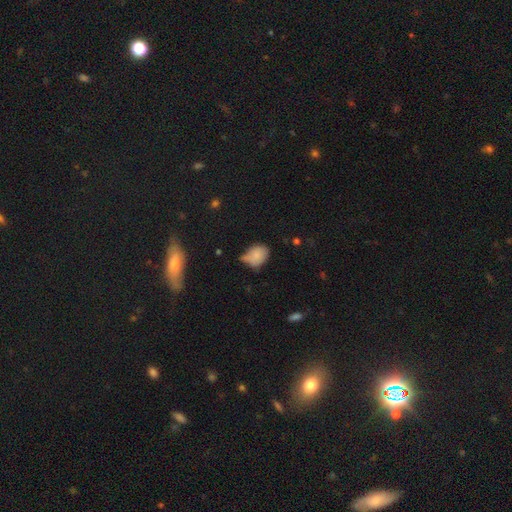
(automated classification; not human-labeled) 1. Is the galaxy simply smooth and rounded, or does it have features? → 78% smooth, 11% featured or disk, 11% star or artifact.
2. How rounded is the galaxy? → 59% in between, 40% round, 1% cigar-shaped.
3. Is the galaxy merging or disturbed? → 42% minor disturbance, 38% none, 11% major disturbance, 9% merger.